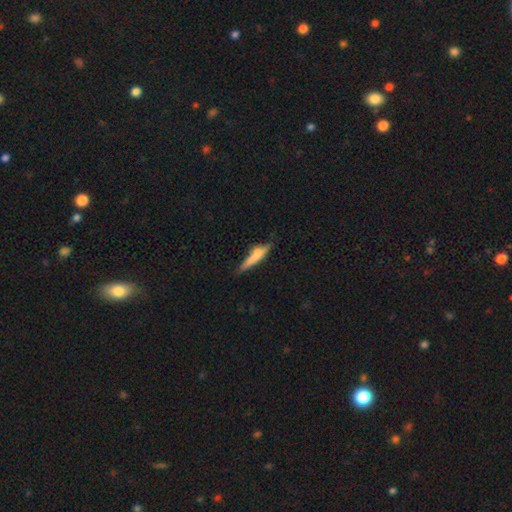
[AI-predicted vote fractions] This is likely a smooth galaxy (68%). How rounded: clearly cigar-shaped (84%). Merging: possibly none (60%).